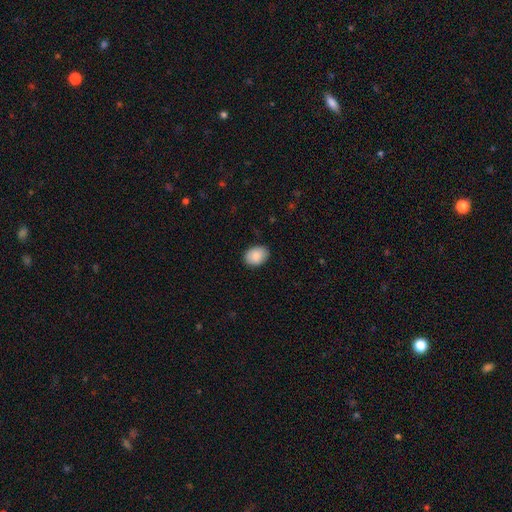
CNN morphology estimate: Smooth or featured: smooth — 89% (star or artifact — 7%)
How rounded: in between — 72% (round — 27%)
Merging: none — 86% (minor disturbance — 11%)